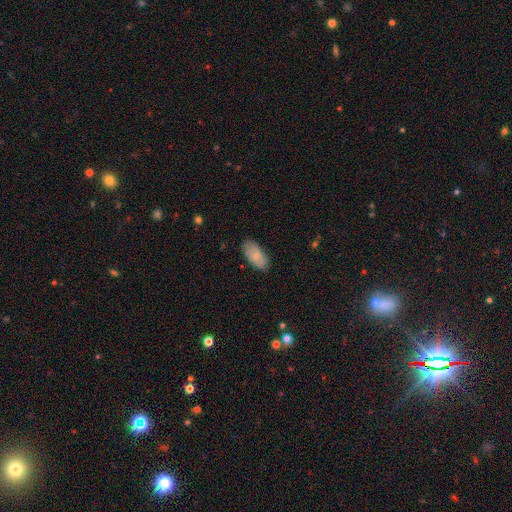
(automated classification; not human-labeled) smooth_or_featured: smooth (p=0.76) [alt: featured or disk p=0.18]
how_rounded: in between (p=0.92) [alt: cigar-shaped p=0.06]
merging: none (p=0.82) [alt: minor disturbance p=0.15]